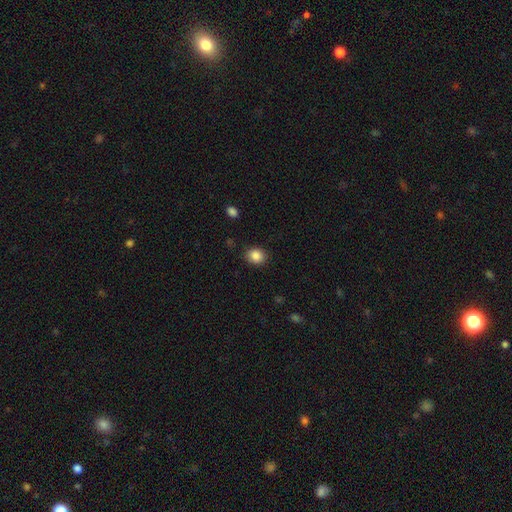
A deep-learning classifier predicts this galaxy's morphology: The model was most divided on "how rounded": round: 61%, in between: 39%, cigar-shaped: 1%. More confident: merging — none (88%); smooth or featured — smooth (86%).